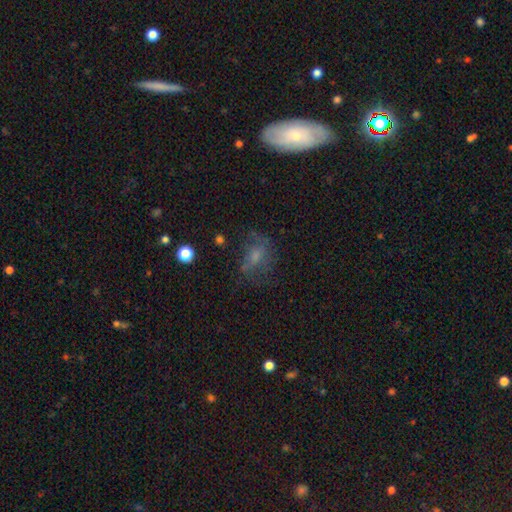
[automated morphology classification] smooth_or_featured: smooth (p=0.43) [alt: featured or disk p=0.39]
merging: none (p=0.50) [alt: major disturbance p=0.25]